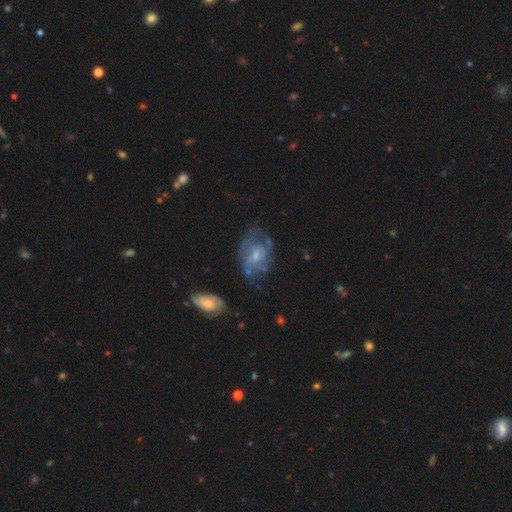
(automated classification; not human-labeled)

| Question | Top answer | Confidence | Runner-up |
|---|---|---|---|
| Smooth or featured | featured or disk | 66% | smooth (25%) |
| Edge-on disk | no | 97% | yes (3%) |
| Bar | no | 64% | weak (31%) |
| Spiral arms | yes | 61% | no (39%) |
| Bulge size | small | 45% | moderate (41%) |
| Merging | none | 45% | major disturbance (26%) |